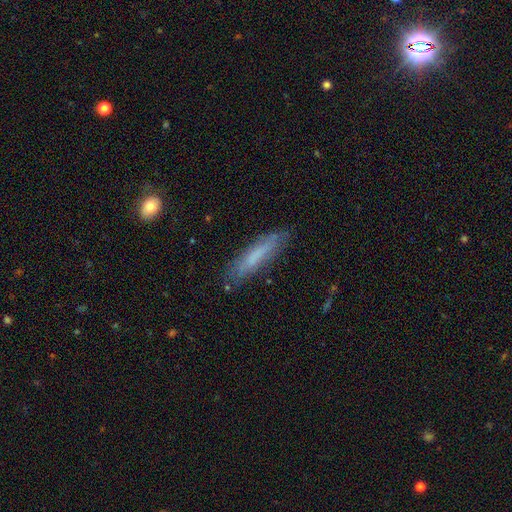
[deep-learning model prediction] Overall: smooth (60%; featured or disk 32%). How rounded: cigar-shaped (83%). Merging: none (79%).